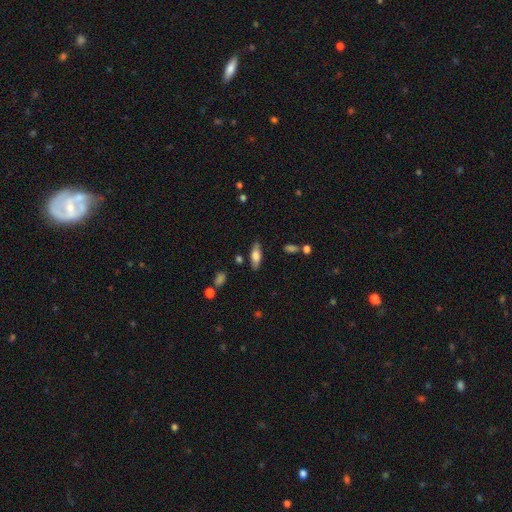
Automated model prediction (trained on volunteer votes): This is likely a smooth galaxy (67%). How rounded: likely in between (67%). Merging: clearly none (83%).